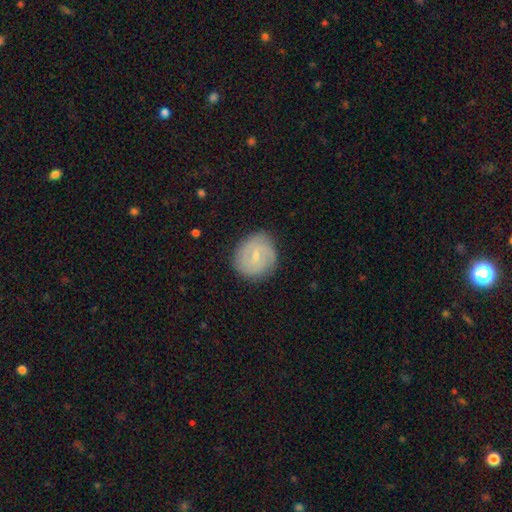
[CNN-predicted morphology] Smooth or featured? featured or disk (58%)
Edge-on disk? no (97%)
Bar? weak (54%)
Spiral arms? yes (84%)
Bulge size? small (69%)
Merging? none (81%)